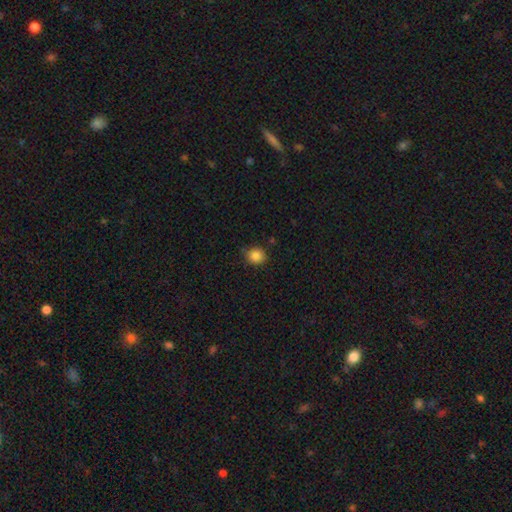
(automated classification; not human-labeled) This appears to be a smooth galaxy with no disk features (85%) that is round (81%). Merging: none (80%).